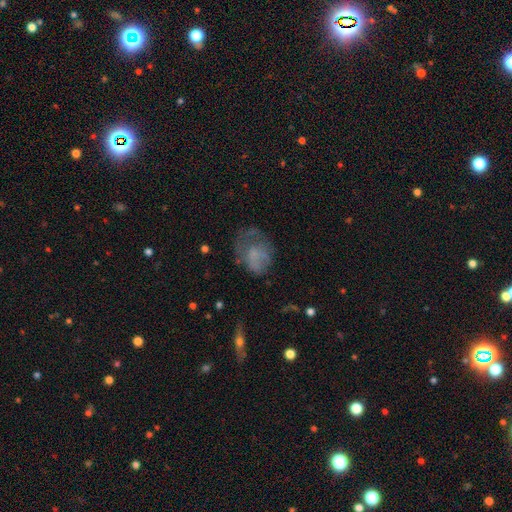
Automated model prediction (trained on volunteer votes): A smooth galaxy with no disk features (55%) that is in between round and cigar-shaped (61%). Merging: major disturbance (36%).